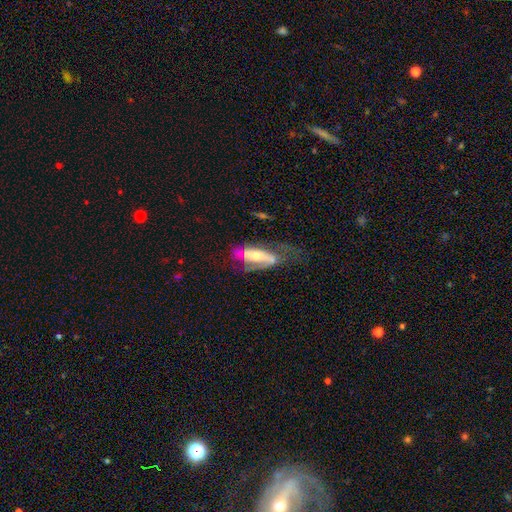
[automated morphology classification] This appears to be a featured or disk galaxy (57%). Merging: none (42%).